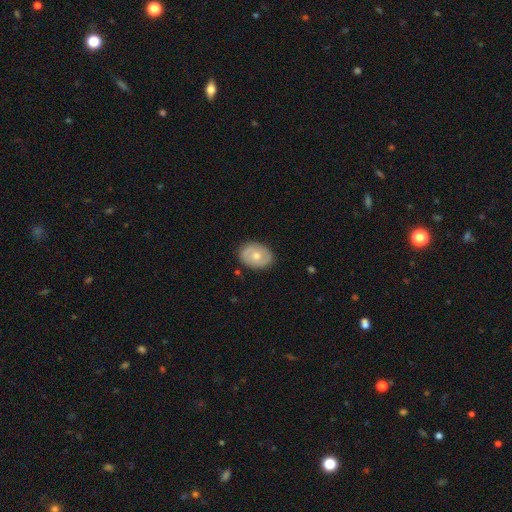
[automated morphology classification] Q: Smooth or featured?
A: smooth (52%); runner-up: featured or disk (41%)
Q: How rounded?
A: in between (60%); runner-up: round (39%)
Q: Merging?
A: none (84%); runner-up: minor disturbance (12%)